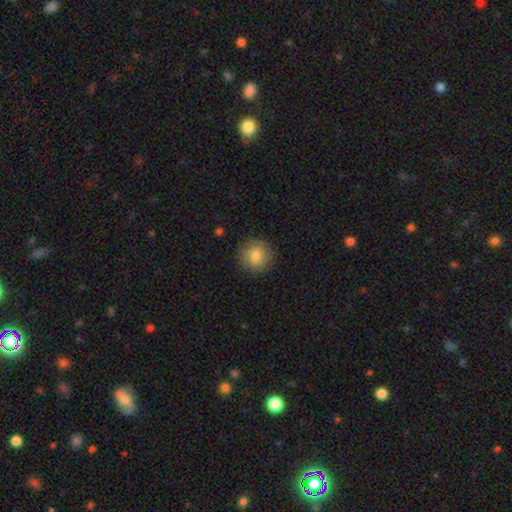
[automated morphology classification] Smooth or featured?
  - smooth: 80% *
  - featured or disk: 12%
  - star or artifact: 8%
How rounded?
  - round: 91% *
  - in between: 8%
  - cigar-shaped: 1%
Merging?
  - none: 87% *
  - minor disturbance: 9%
  - major disturbance: 3%
  - merger: 1%